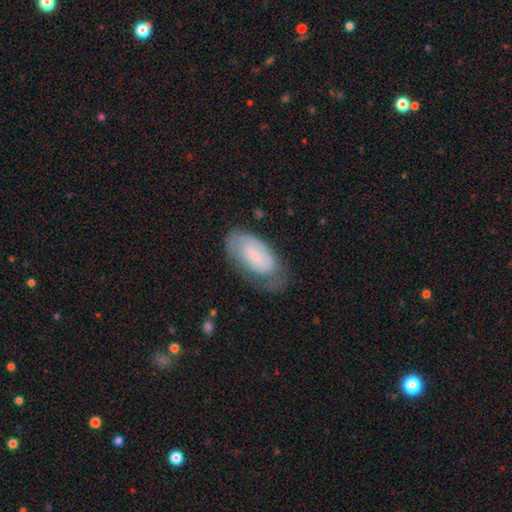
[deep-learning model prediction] Smooth or featured? featured or disk (48%)
Merging? none (48%)